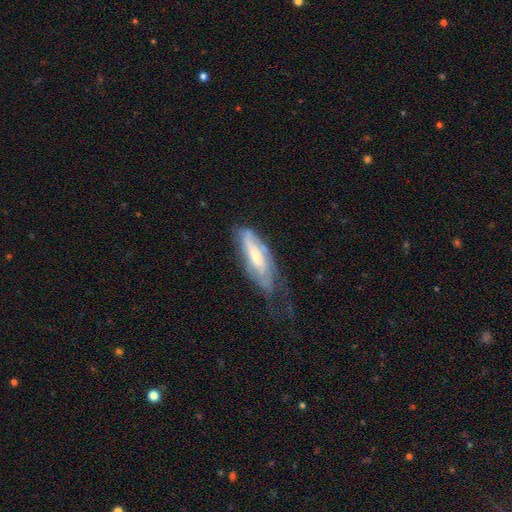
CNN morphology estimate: featured or disk 62%, smooth 31%, star or artifact 7%. Down the decision tree: edge-on disk — no (70%); merging — none (41%).